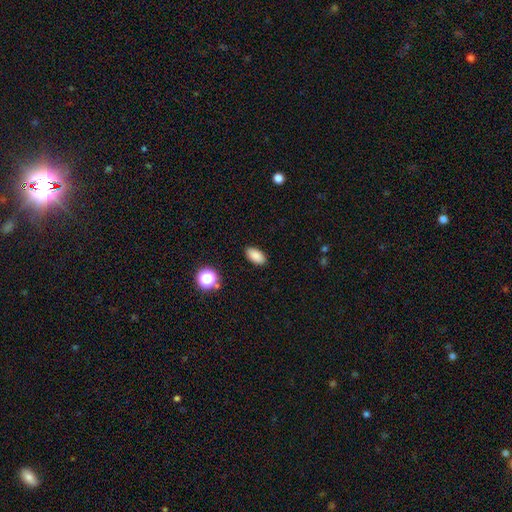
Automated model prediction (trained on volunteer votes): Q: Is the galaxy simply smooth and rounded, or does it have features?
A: smooth — 86%.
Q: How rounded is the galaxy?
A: in between — 92%.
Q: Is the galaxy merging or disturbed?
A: none — 89%.